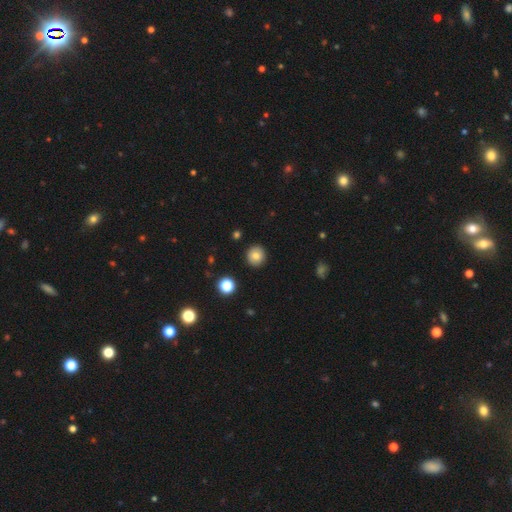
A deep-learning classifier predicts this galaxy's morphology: Smooth or featured: smooth — 80% (star or artifact — 10%)
How rounded: round — 94% (in between — 5%)
Merging: none — 92% (minor disturbance — 5%)